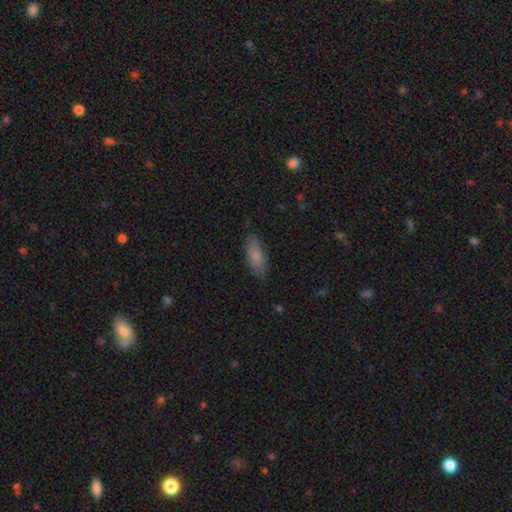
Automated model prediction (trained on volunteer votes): This is likely a smooth galaxy (80%). How rounded: likely in between (75%). Merging: clearly none (82%).